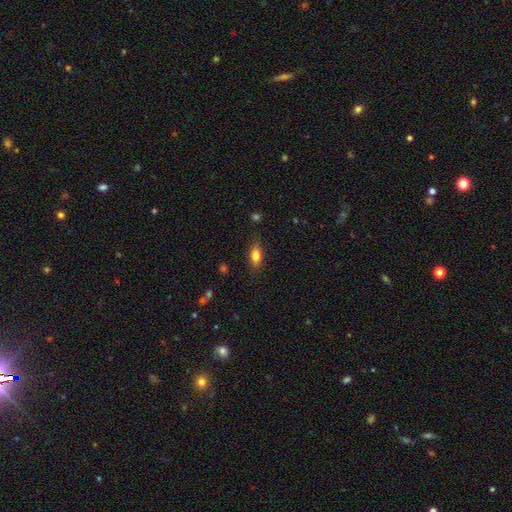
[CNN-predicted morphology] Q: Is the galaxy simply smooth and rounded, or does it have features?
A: smooth — 79%.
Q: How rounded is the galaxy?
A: in between — 79%.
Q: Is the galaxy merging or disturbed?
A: none — 81%.